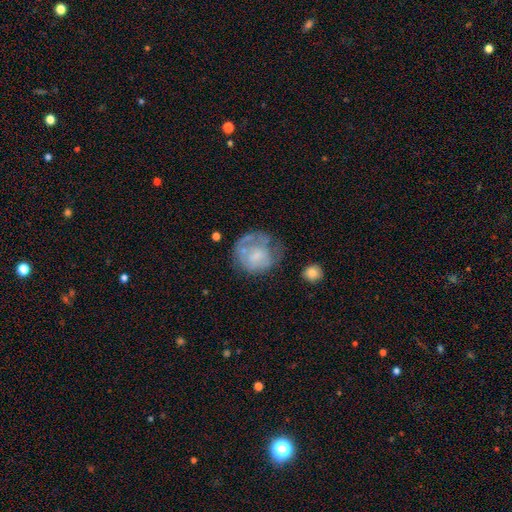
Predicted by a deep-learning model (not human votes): A smooth galaxy with no disk features (49%).

Vote fractions:
- Smooth or featured? smooth: 49% / featured or disk: 43% / star or artifact: 8%
- Merging? none: 44% / major disturbance: 27% / minor disturbance: 25% / merger: 4%